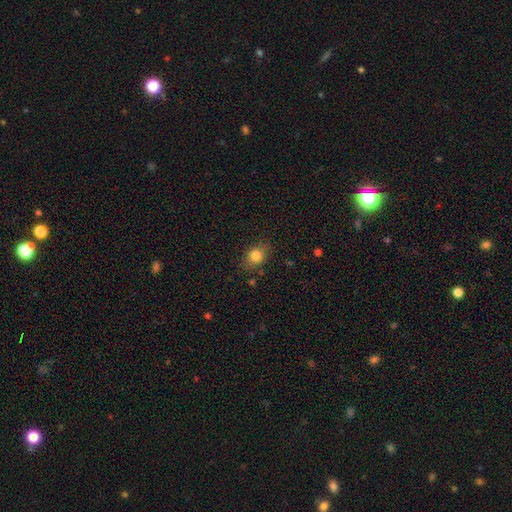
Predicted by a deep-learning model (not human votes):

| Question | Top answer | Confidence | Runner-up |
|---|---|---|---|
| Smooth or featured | smooth | 81% | star or artifact (10%) |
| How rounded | in between | 57% | round (42%) |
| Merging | none | 79% | minor disturbance (15%) |